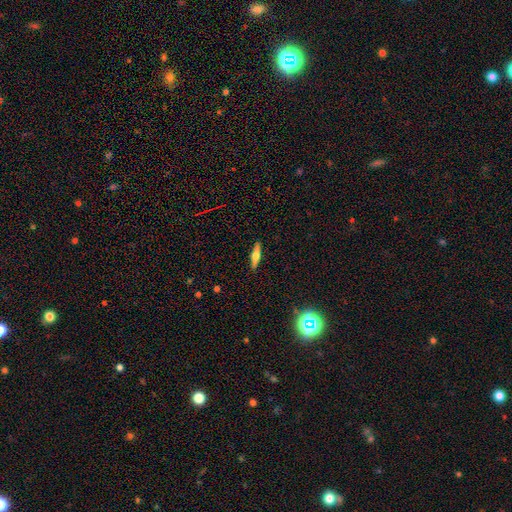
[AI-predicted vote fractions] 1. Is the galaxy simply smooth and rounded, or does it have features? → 53% featured or disk, 40% smooth, 8% star or artifact.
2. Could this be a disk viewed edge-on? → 94% yes, 6% no.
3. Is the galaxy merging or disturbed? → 90% none, 7% minor disturbance, 2% major disturbance, 1% merger.